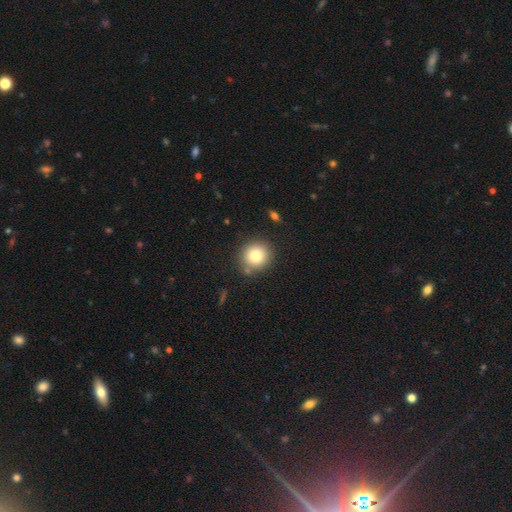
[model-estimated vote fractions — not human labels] This appears to be a smooth galaxy with no disk features (79%) that is round (91%). Merging: none (83%).